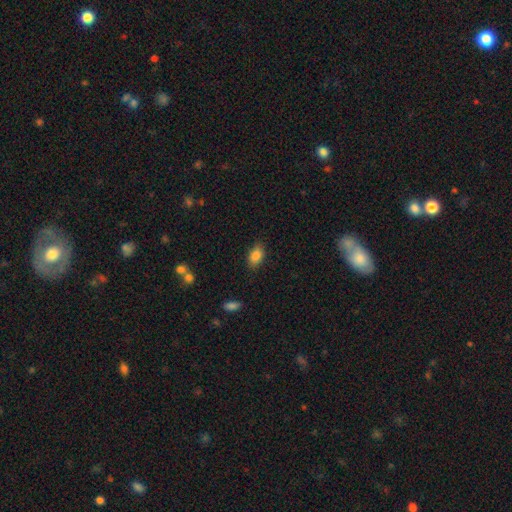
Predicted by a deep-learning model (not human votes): smooth_or_featured: smooth (p=0.85) [alt: star or artifact p=0.09]
how_rounded: in between (p=0.85) [alt: round p=0.12]
merging: none (p=0.82) [alt: minor disturbance p=0.14]